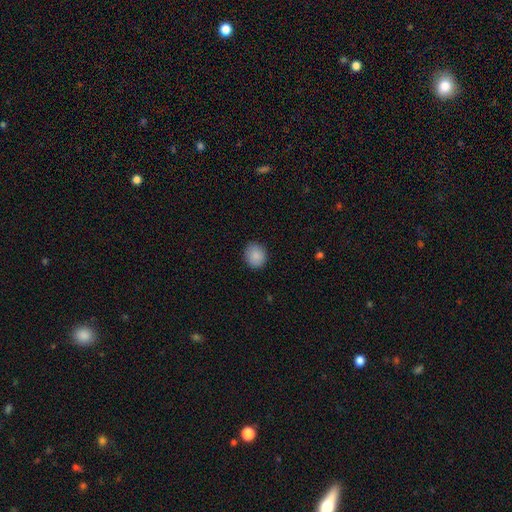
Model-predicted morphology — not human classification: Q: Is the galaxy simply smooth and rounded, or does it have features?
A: smooth — 87%.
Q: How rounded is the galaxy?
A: round — 72%.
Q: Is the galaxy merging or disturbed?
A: none — 88%.